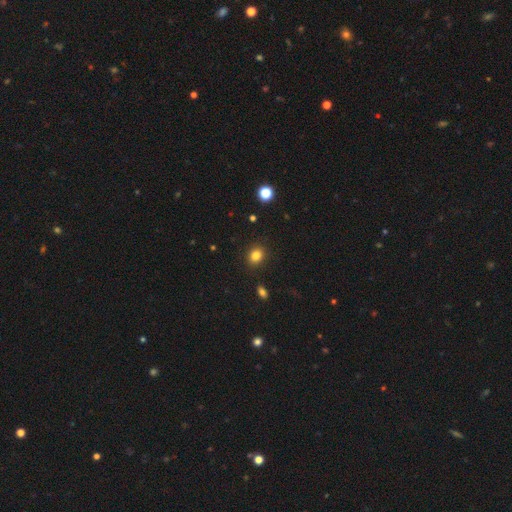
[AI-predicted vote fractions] smooth-or-featured: smooth: 83% | star or artifact: 12% | featured or disk: 5%
  how-rounded: round: 61% | in between: 38% | cigar-shaped: 1%
  merging: none: 89% | minor disturbance: 7% | major disturbance: 2% | merger: 1%